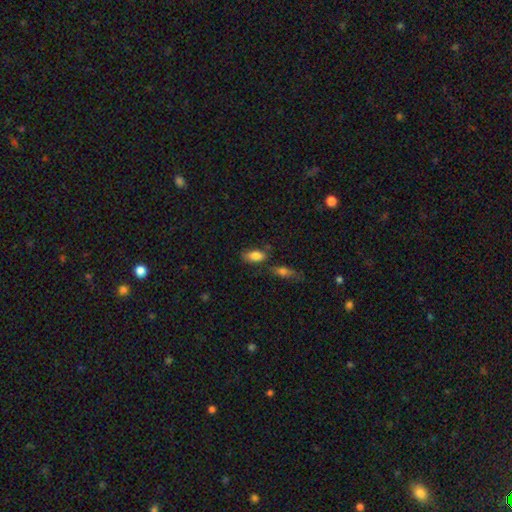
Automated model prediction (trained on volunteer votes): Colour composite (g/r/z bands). It shows a smooth galaxy with no disk features (83%) that is in between round and cigar-shaped (90%). Merging: none (64%).